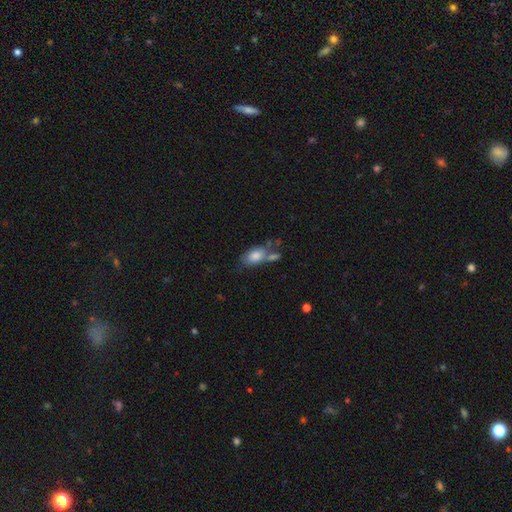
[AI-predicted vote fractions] This appears to be a smooth galaxy with no disk features (77%) that is in between round and cigar-shaped (89%). Merging: none (42%).